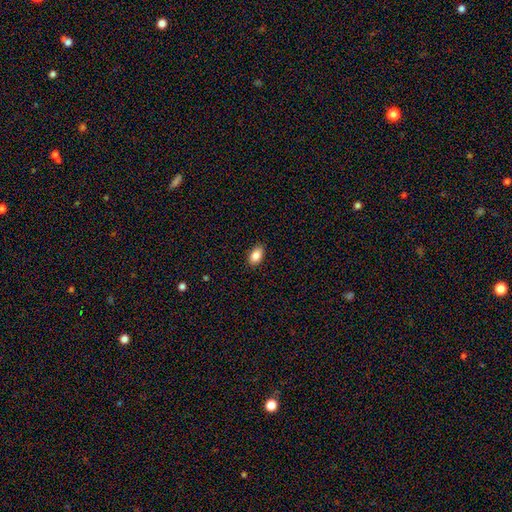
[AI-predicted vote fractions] A smooth galaxy with no disk features (87%) that is in between round and cigar-shaped (92%).

Vote fractions:
- Smooth or featured? smooth: 87% / star or artifact: 8% / featured or disk: 5%
- How rounded? in between: 92% / round: 6% / cigar-shaped: 2%
- Merging? none: 88% / minor disturbance: 9% / major disturbance: 2% / merger: 1%